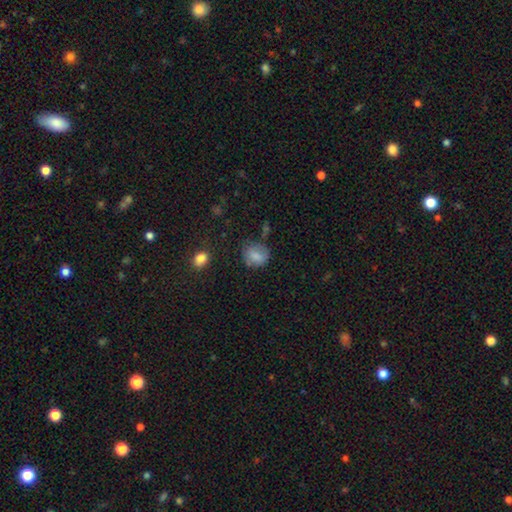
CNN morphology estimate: A smooth galaxy with no disk features (78%) that is round (62%). Merging: none (60%).